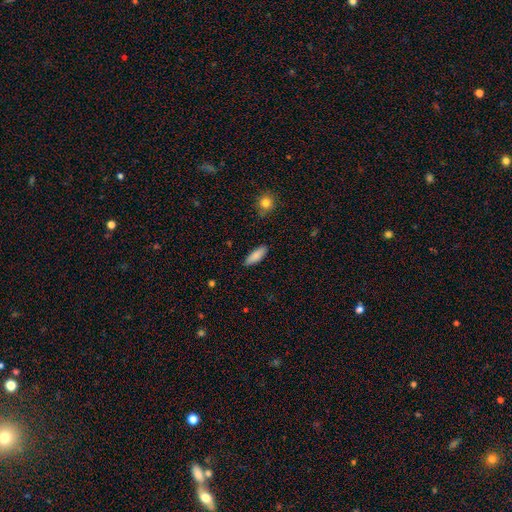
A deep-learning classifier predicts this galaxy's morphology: A smooth galaxy with no disk features (87%) that is in between round and cigar-shaped (62%). Merging: none (88%).